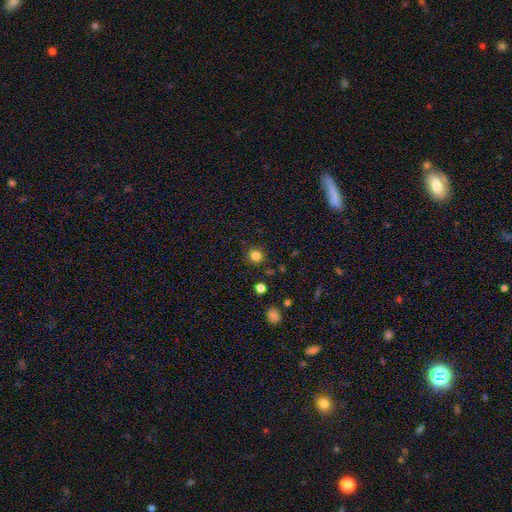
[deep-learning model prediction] smooth_or_featured: smooth (p=0.82) [alt: star or artifact p=0.13]
how_rounded: round (p=0.92) [alt: in between p=0.07]
merging: none (p=0.89) [alt: minor disturbance p=0.07]